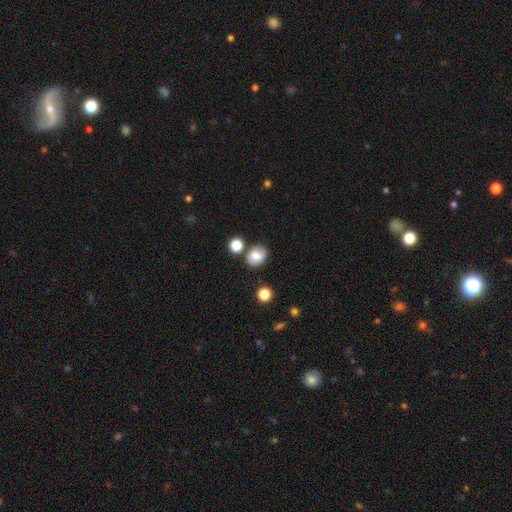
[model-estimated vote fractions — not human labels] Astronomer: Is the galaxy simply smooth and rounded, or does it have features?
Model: smooth — 68%.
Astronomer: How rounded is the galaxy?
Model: round — 56% (runner-up: in between, 43%).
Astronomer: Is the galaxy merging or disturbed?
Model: none — 71%.